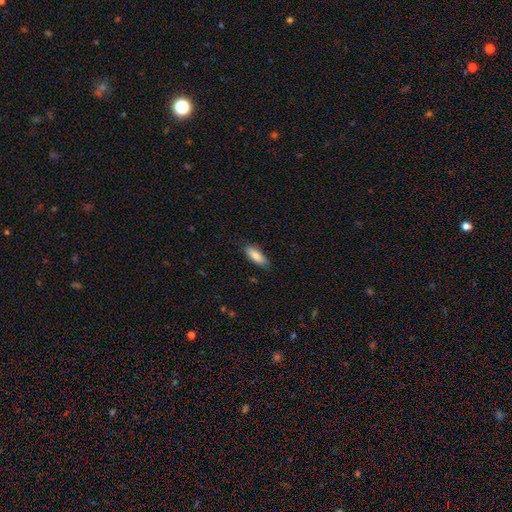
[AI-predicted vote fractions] Smooth or featured? smooth (86%)
How rounded? in between (71%)
Merging? none (82%)